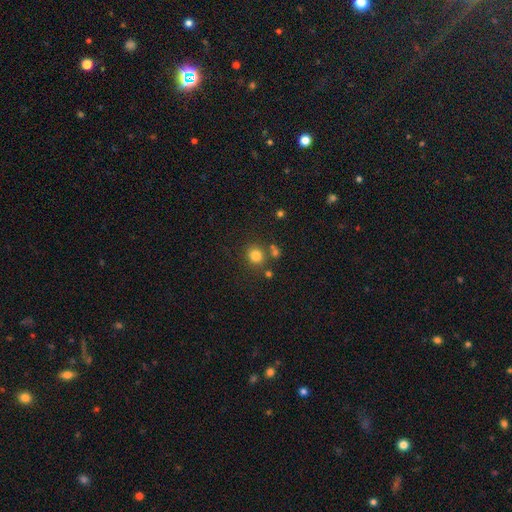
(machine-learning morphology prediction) Smooth or featured? smooth (79%)
How rounded? round (84%)
Merging? none (74%)